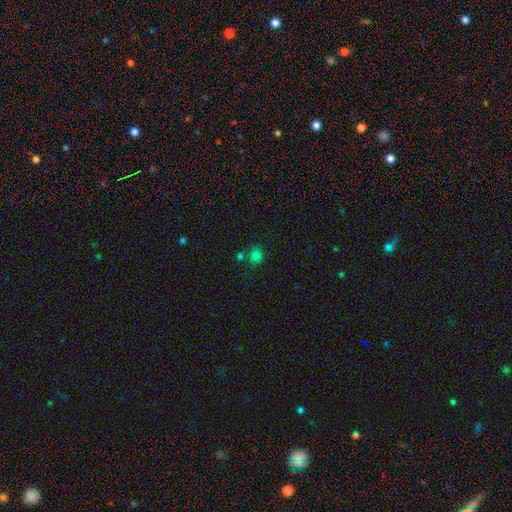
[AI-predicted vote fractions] Smooth or featured? smooth (77%)
How rounded? round (66%)
Merging? none (72%)